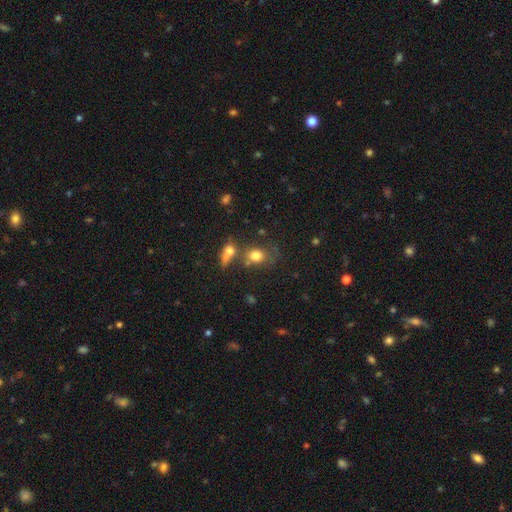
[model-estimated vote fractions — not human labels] This is likely a smooth galaxy (76%). How rounded: possibly round (51%). Merging: possibly none (47%).